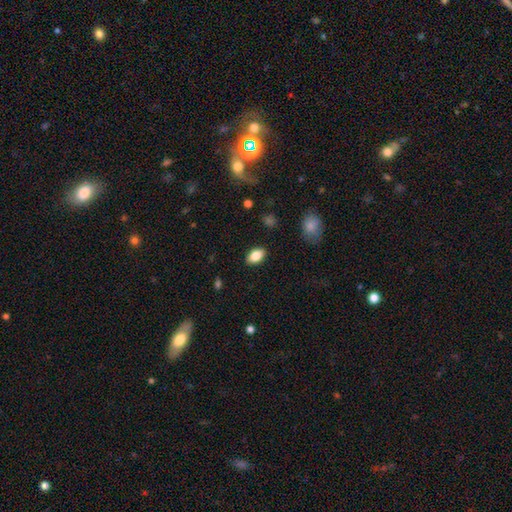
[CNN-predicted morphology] A smooth galaxy with no disk features (81%) that is in between round and cigar-shaped (90%). Merging: none (88%).